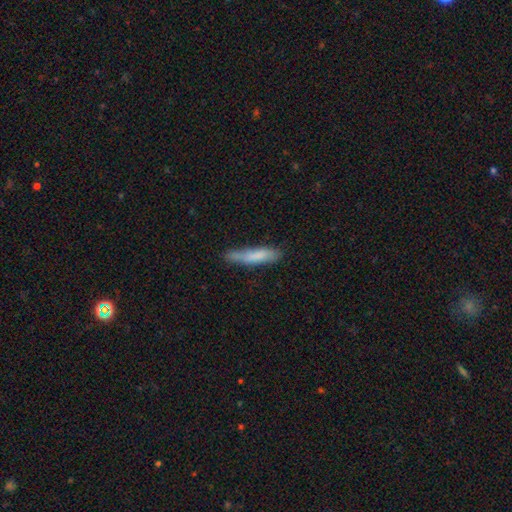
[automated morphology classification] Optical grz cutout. It shows a smooth galaxy with no disk features (76%) that is cigar-shaped (84%). Merging: none (67%).